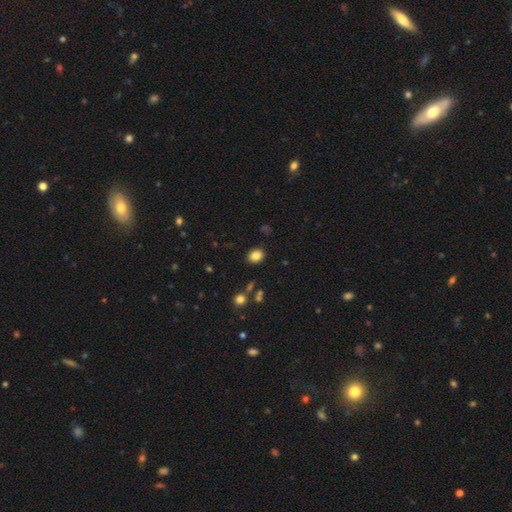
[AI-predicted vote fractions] Smooth or featured? Predicted: smooth (p=0.84). How rounded? Predicted: in between (p=0.54). Merging? Predicted: none (p=0.87).